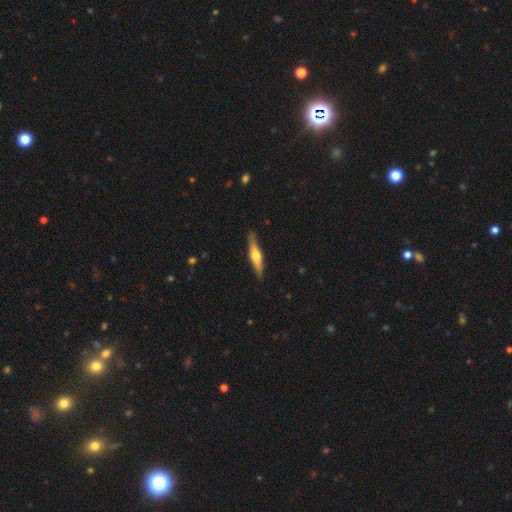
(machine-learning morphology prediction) The model was most divided on "smooth or featured": featured or disk: 63%, smooth: 32%, star or artifact: 5%. More confident: edge-on disk — yes (96%); edge-on bulge — rounded (90%); merging — none (86%).